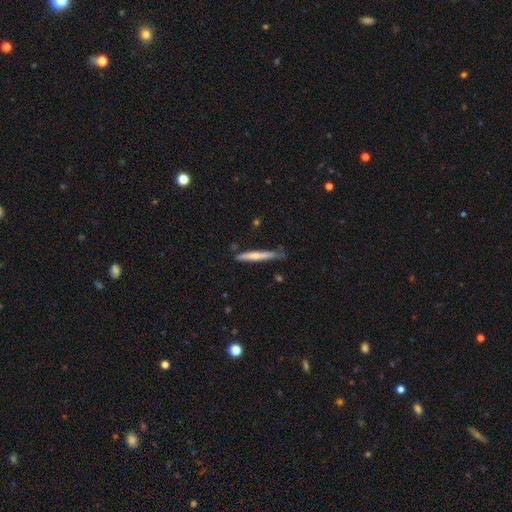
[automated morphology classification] This appears to be a smooth galaxy with no disk features (56%) that is cigar-shaped (95%). Merging: none (69%).